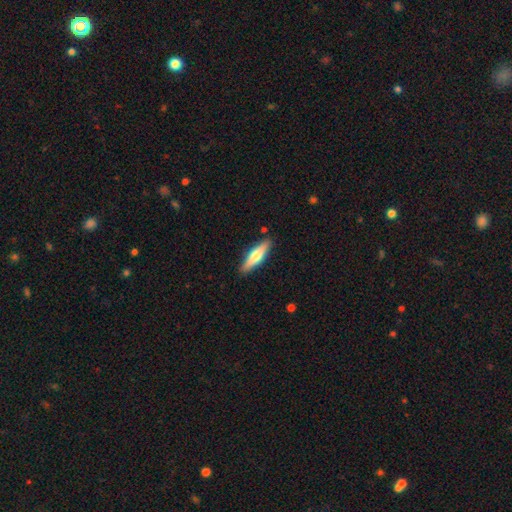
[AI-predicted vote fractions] smooth-or-featured: smooth: 54% | featured or disk: 41% | star or artifact: 5%
  how-rounded: cigar-shaped: 70% | in between: 29% | round: 2%
  merging: none: 88% | minor disturbance: 9% | major disturbance: 2% | merger: 2%